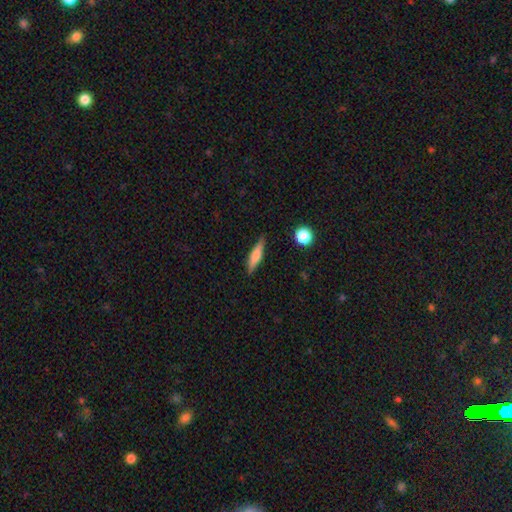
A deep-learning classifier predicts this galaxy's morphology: smooth_or_featured: smooth (p=0.59) [alt: featured or disk p=0.35]
how_rounded: cigar-shaped (p=0.79) [alt: in between p=0.18]
merging: none (p=0.85) [alt: minor disturbance p=0.11]